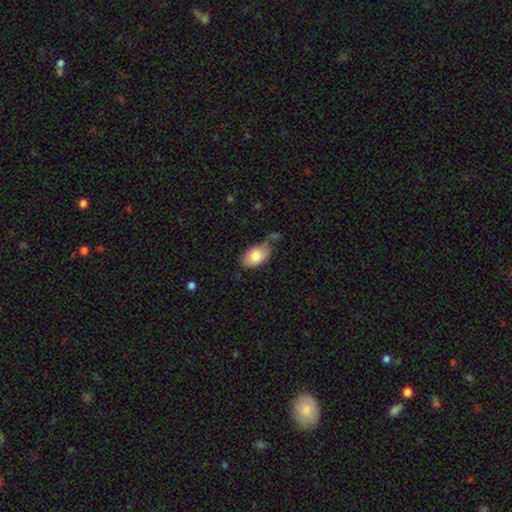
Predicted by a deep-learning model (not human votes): Overall: smooth (81%). How rounded: in between (92%). Merging: none (62%; minor disturbance 24%).